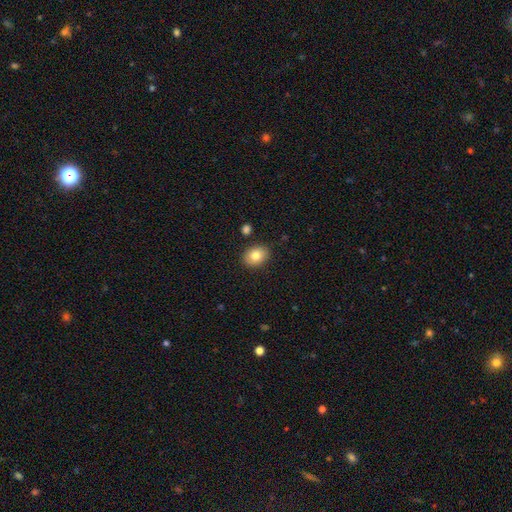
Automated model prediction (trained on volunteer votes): smooth 81%, featured or disk 11%, star or artifact 8%. Down the decision tree: how rounded — in between (61%); merging — none (87%).